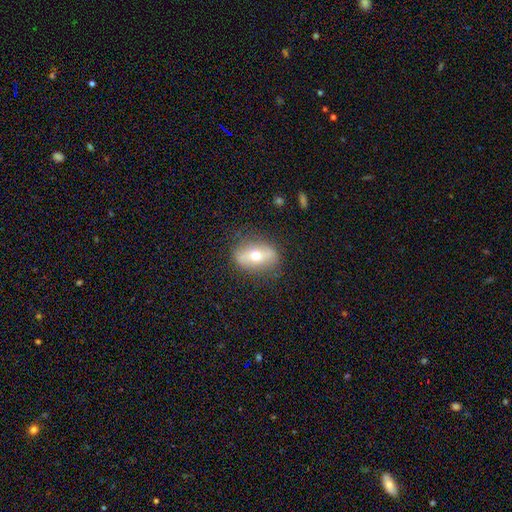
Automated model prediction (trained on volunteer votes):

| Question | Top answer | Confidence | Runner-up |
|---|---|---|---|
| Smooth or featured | featured or disk | 52% | smooth (40%) |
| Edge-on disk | no | 71% | yes (29%) |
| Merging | none | 81% | minor disturbance (13%) |